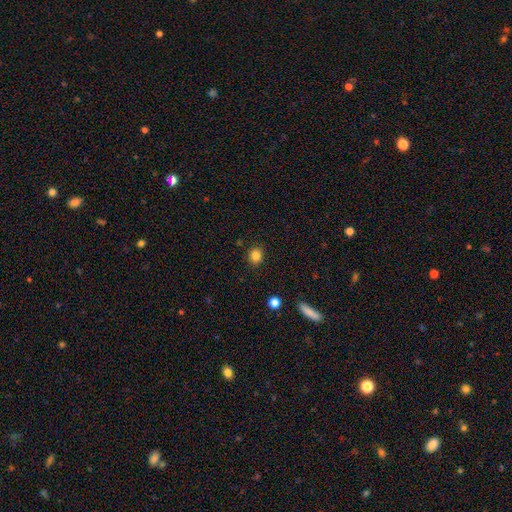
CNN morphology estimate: Q: Smooth or featured?
A: smooth (84%); runner-up: star or artifact (11%)
Q: How rounded?
A: round (70%); runner-up: in between (29%)
Q: Merging?
A: none (89%); runner-up: minor disturbance (8%)